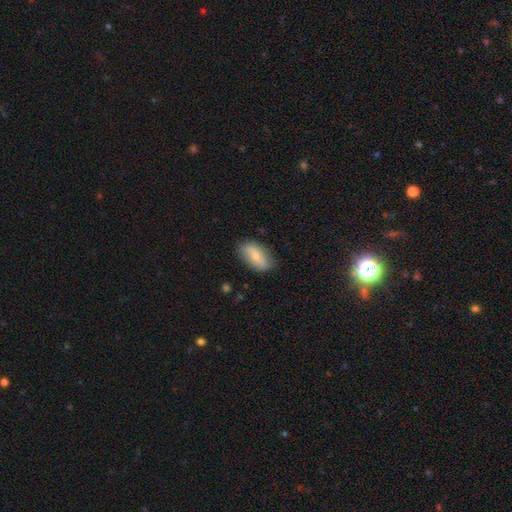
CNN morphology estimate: smooth-or-featured: smooth: 70% | featured or disk: 24% | star or artifact: 6%
  how-rounded: in between: 91% | round: 4% | cigar-shaped: 4%
  merging: none: 80% | minor disturbance: 16% | major disturbance: 3% | merger: 1%